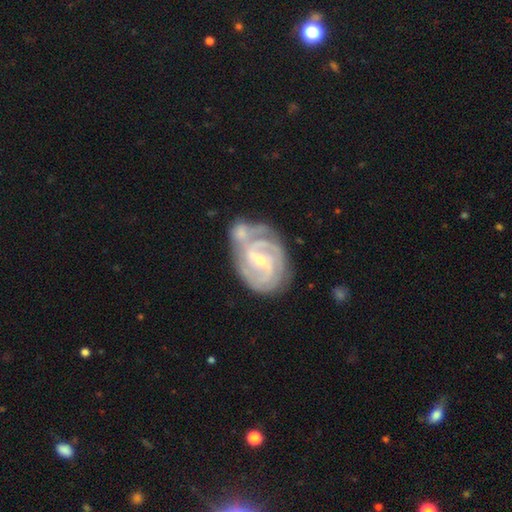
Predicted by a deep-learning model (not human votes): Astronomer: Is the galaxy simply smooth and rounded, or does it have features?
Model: featured or disk — 87%.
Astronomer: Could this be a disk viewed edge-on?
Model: no — 97%.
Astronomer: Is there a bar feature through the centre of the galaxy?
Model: weak — 49% (runner-up: no, 27%).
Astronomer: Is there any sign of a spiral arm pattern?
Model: yes — 97%.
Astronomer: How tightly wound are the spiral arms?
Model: tight — 61%.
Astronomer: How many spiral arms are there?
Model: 2 — 45% (runner-up: 3, 23%).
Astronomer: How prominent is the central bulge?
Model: small — 63%.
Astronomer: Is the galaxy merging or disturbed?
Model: none — 48% (runner-up: merger, 23%).